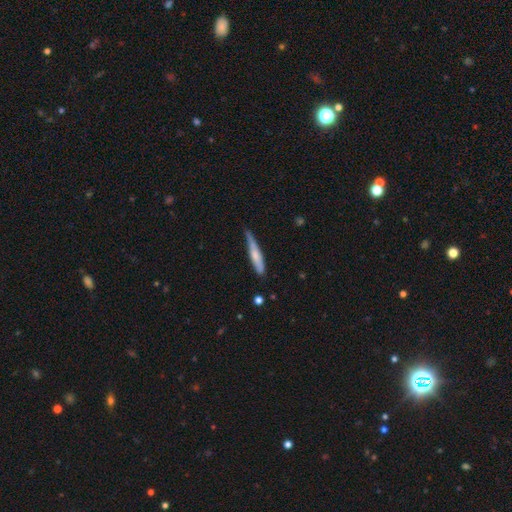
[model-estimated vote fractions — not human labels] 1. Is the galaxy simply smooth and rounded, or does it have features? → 63% smooth, 31% featured or disk, 6% star or artifact.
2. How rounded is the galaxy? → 89% cigar-shaped, 10% in between, 1% round.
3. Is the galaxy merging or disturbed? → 56% none, 34% minor disturbance, 7% major disturbance, 3% merger.